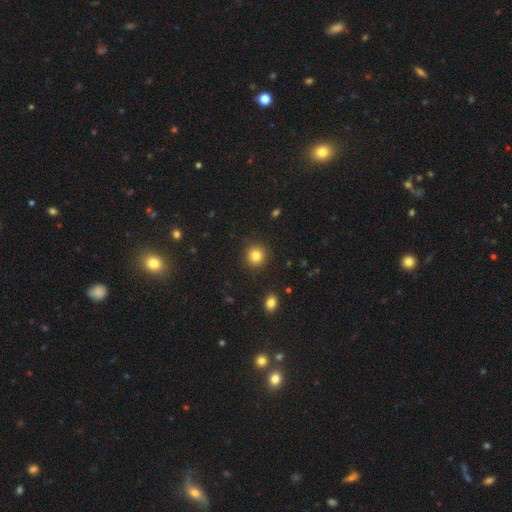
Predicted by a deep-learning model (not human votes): smooth-or-featured: smooth: 82% | star or artifact: 11% | featured or disk: 6%
  how-rounded: round: 92% | in between: 8% | cigar-shaped: 1%
  merging: none: 91% | minor disturbance: 6% | major disturbance: 2% | merger: 1%